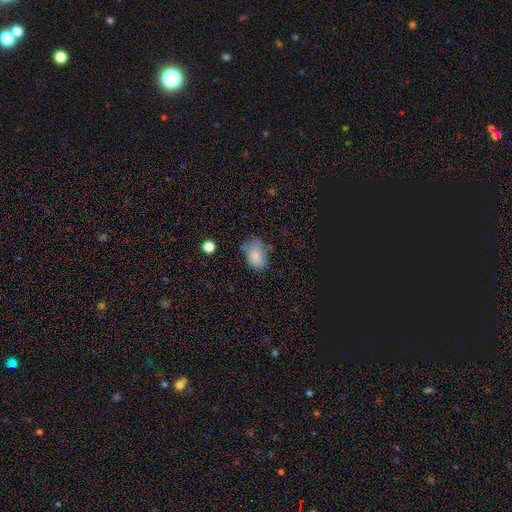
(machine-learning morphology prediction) type=smooth (80%); roundness=in between (78%); merging=none (49%).